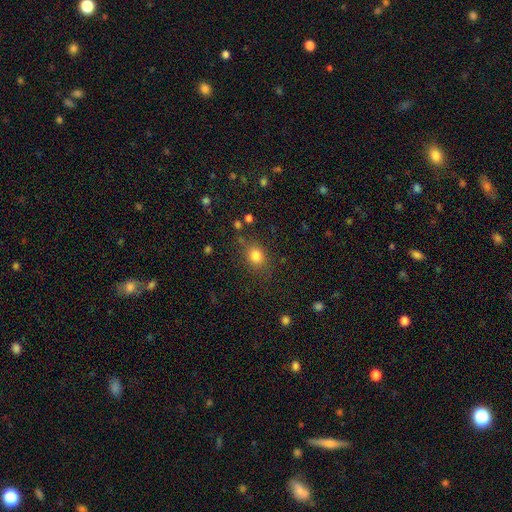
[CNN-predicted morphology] Smooth or featured? smooth (81%)
How rounded? round (62%)
Merging? none (79%)